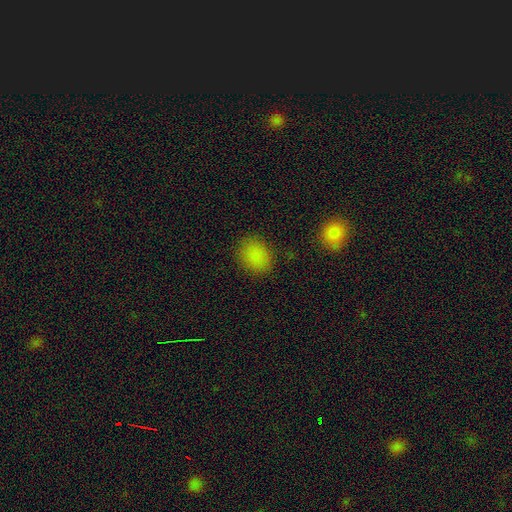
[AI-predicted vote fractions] The model was most divided on "how rounded": round: 55%, in between: 44%, cigar-shaped: 1%. More confident: merging — none (85%); smooth or featured — smooth (84%).